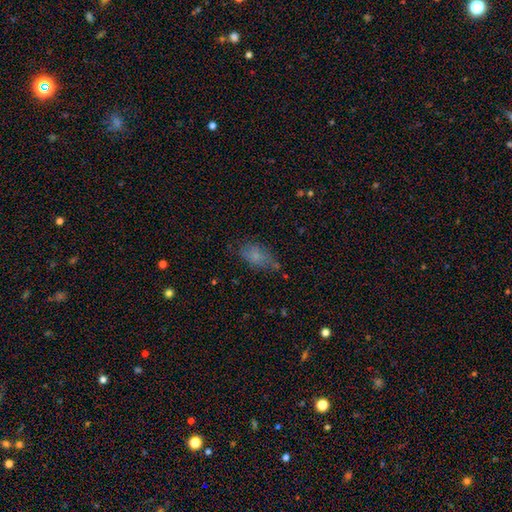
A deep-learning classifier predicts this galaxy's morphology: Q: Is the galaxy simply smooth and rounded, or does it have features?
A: smooth — 74%.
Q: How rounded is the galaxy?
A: in between — 88%.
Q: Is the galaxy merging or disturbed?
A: none — 58%.